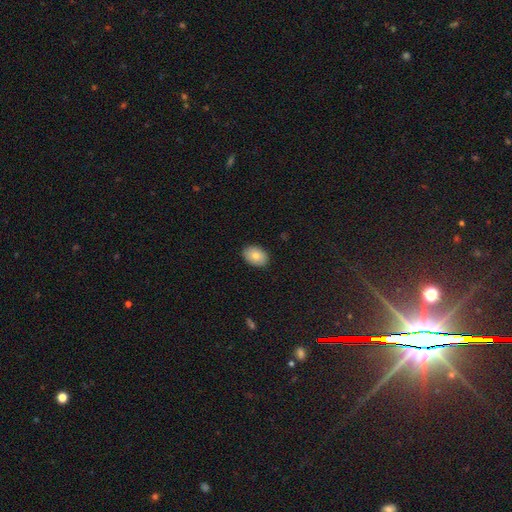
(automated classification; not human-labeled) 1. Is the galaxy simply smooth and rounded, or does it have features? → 82% smooth, 10% featured or disk, 8% star or artifact.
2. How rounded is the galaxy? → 79% in between, 20% round, 1% cigar-shaped.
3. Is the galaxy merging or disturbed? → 89% none, 9% minor disturbance, 2% major disturbance, 1% merger.